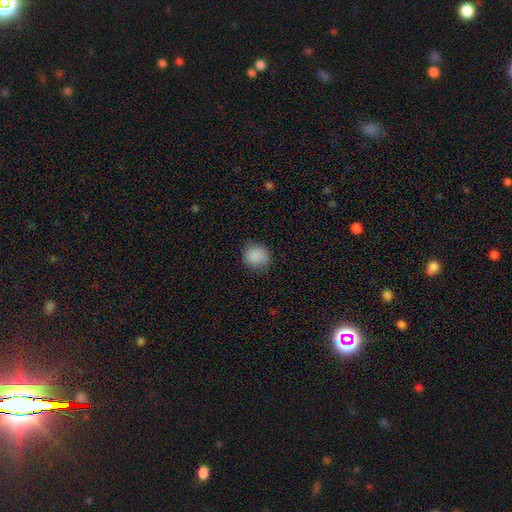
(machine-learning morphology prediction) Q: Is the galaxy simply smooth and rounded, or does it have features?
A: smooth — 88%.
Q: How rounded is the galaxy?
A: round — 87%.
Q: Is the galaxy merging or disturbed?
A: none — 86%.